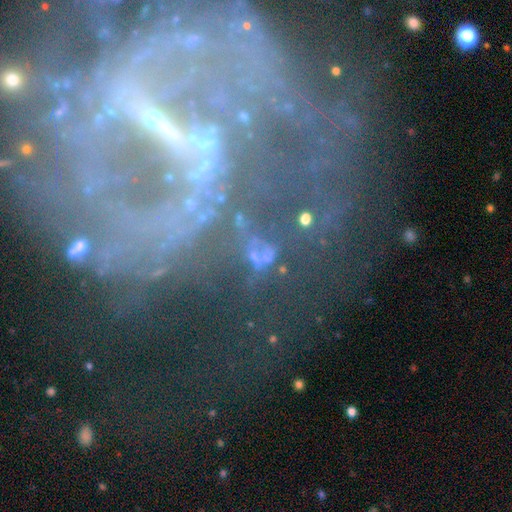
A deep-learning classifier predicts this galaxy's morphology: smooth-or-featured: star or artifact: 46% | featured or disk: 30% | smooth: 24%